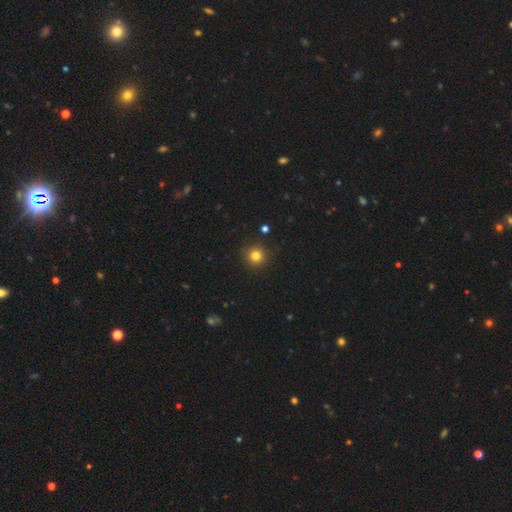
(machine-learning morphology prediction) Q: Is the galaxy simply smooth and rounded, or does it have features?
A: smooth — 81%.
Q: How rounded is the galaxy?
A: round — 94%.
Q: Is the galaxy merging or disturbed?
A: none — 90%.